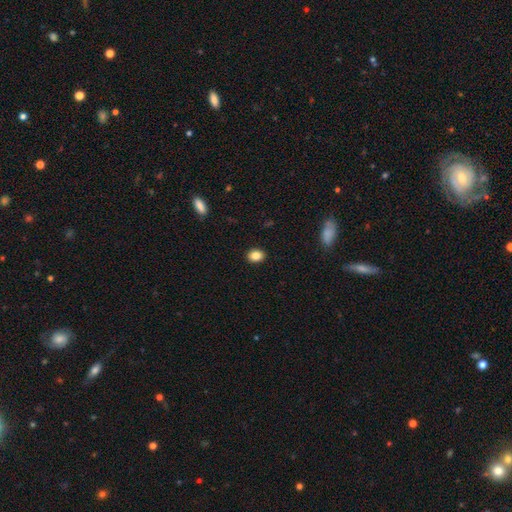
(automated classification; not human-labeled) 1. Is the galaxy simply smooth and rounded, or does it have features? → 86% smooth, 9% star or artifact, 5% featured or disk.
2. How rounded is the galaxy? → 60% in between, 39% round, 1% cigar-shaped.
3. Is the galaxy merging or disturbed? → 90% none, 7% minor disturbance, 2% major disturbance, 1% merger.